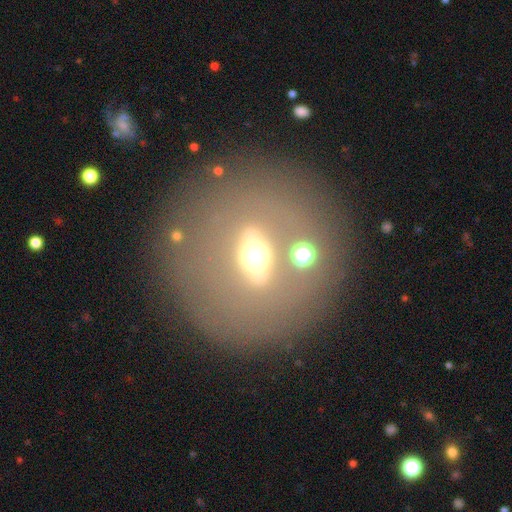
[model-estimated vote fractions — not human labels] Smooth or featured: featured or disk — 41% (smooth — 36%)
Merging: none — 82% (minor disturbance — 8%)